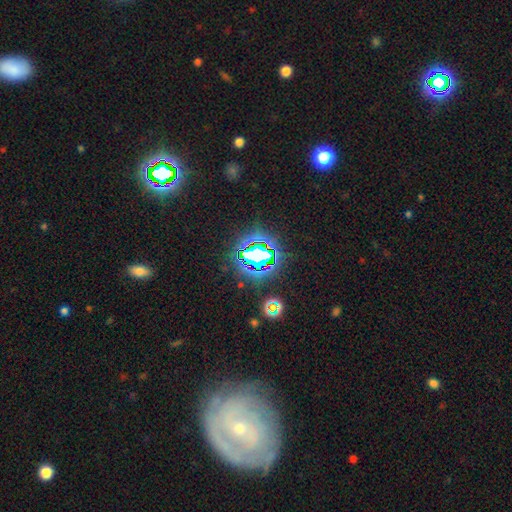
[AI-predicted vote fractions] This is likely a star or artifact rather than a galaxy (72%).